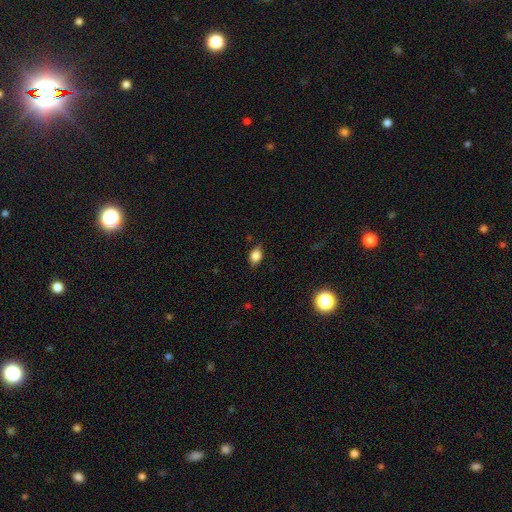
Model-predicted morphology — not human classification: This appears to be a smooth galaxy with no disk features (81%) that is in between round and cigar-shaped (68%). Merging: none (76%).